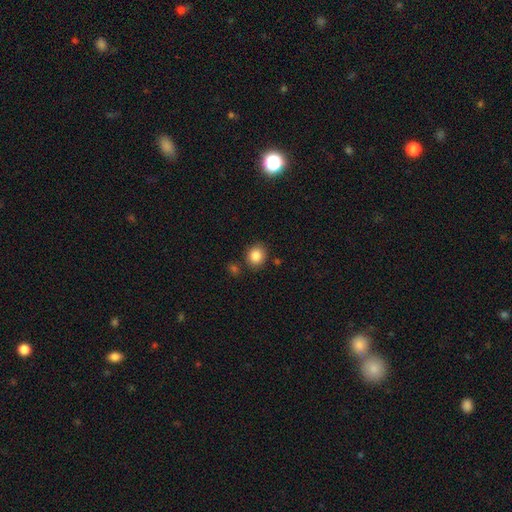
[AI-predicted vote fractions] Overall: smooth (86%). How rounded: round (77%). Merging: none (83%).